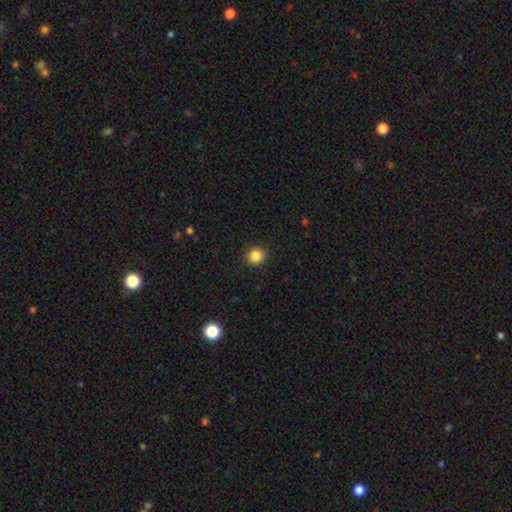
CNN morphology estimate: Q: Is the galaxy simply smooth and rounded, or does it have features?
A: smooth — 86%.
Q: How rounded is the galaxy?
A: round — 86%.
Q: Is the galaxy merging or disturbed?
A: none — 91%.